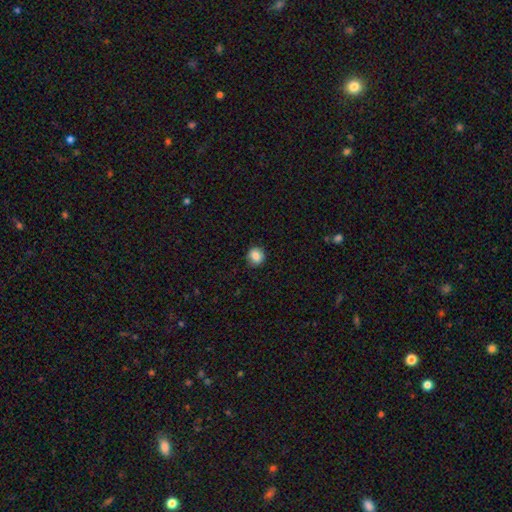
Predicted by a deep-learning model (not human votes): This is clearly a smooth galaxy (84%). How rounded: clearly round (84%). Merging: clearly none (87%).